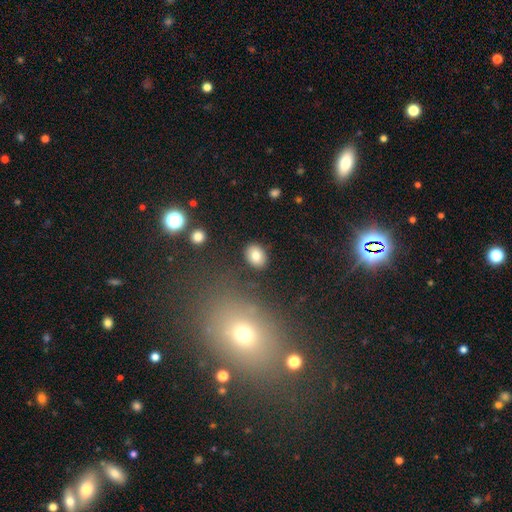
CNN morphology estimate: Smooth or featured? smooth (81%)
How rounded? in between (69%)
Merging? none (86%)